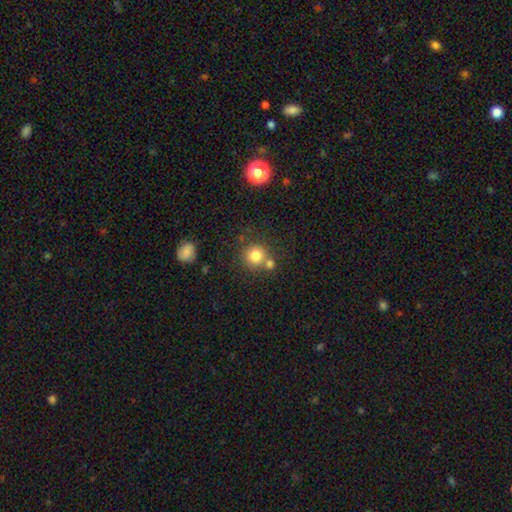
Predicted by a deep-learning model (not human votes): Smooth or featured? Predicted: smooth (p=0.80). How rounded? Predicted: round (p=0.91). Merging? Predicted: none (p=0.62).